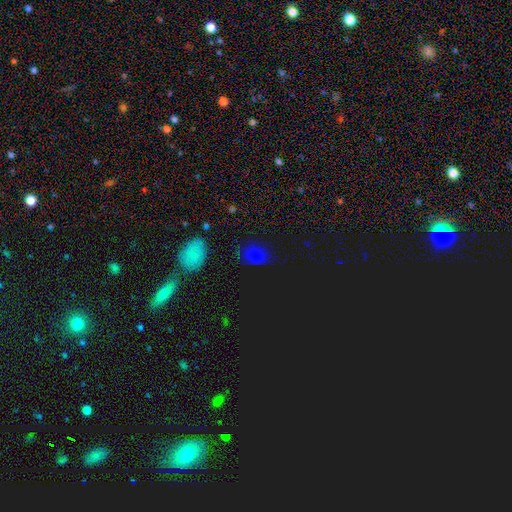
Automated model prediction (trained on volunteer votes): This appears to be a smooth galaxy with no disk features (55%) that is in between round and cigar-shaped (64%). Merging: none (74%).